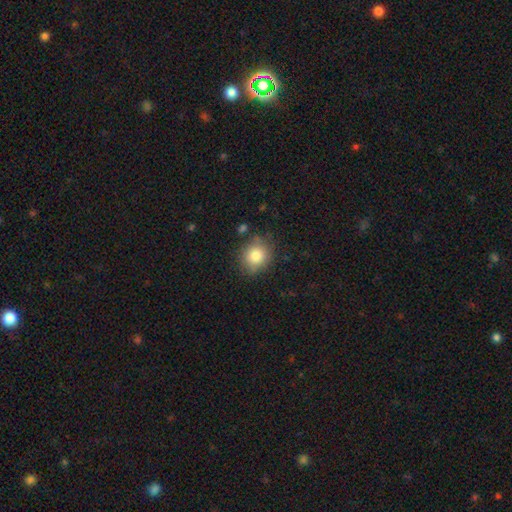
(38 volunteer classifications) smooth_or_featured: smooth (p=0.92) [alt: featured or disk p=0.05]
how_rounded: round (p=0.60) [alt: in between p=0.37]
merging: none (p=0.70) [alt: minor disturbance p=0.24]